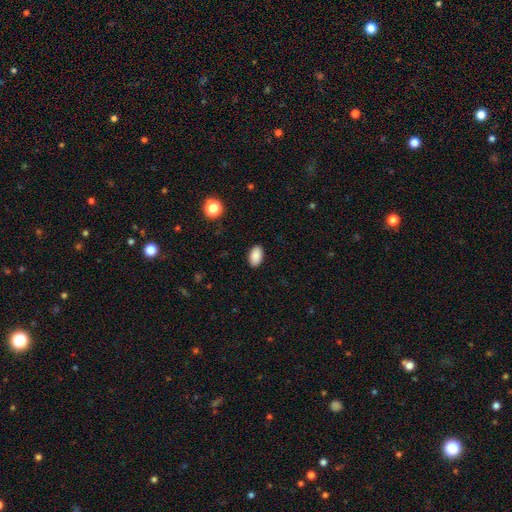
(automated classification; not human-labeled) Smooth or featured: smooth — 88% (star or artifact — 8%)
How rounded: in between — 93% (round — 6%)
Merging: none — 89% (minor disturbance — 8%)